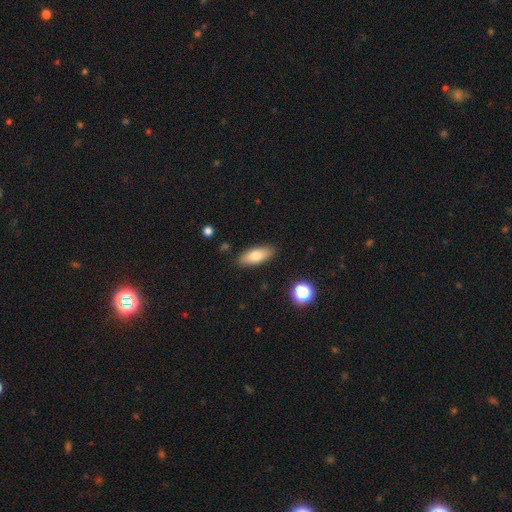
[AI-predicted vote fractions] A smooth galaxy with no disk features (76%) that is in between round and cigar-shaped (76%). Merging: none (87%).